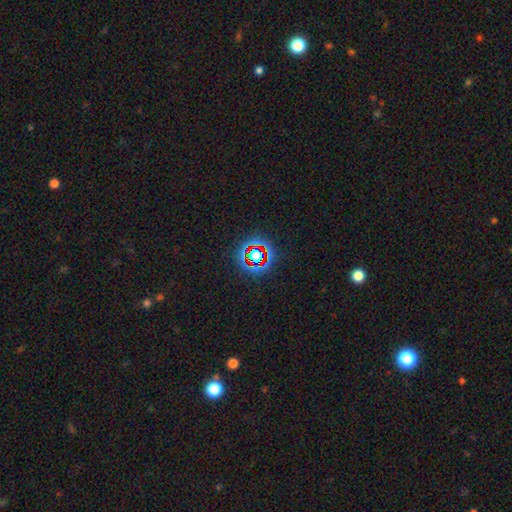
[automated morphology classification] A star or artifact, not a galaxy (69%).

Vote fractions:
- Smooth or featured? star or artifact: 69% / smooth: 20% / featured or disk: 11%